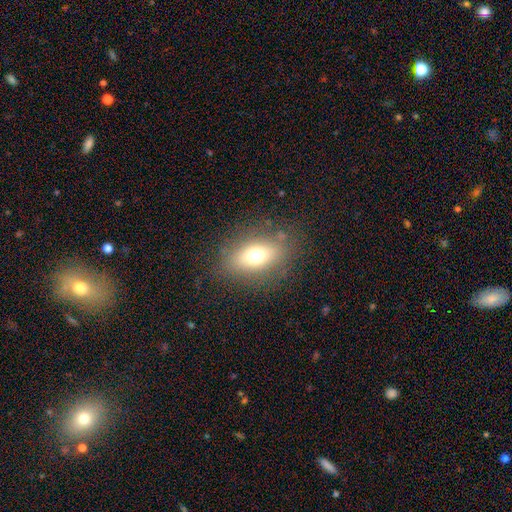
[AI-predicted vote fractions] Smooth or featured: smooth — 69% (featured or disk — 17%)
How rounded: in between — 70% (round — 27%)
Merging: none — 80% (minor disturbance — 12%)